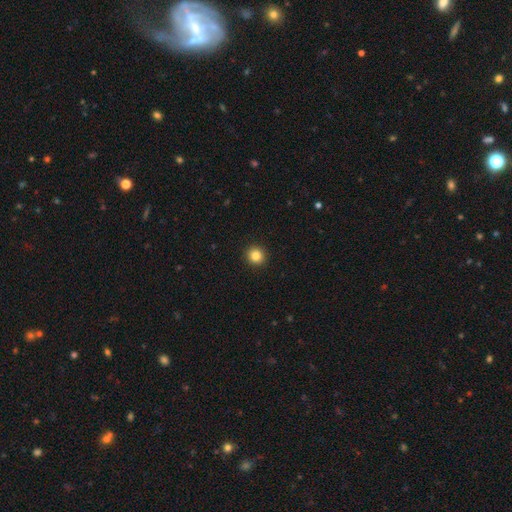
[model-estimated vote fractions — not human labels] The model was most divided on "smooth or featured": smooth: 84%, star or artifact: 11%, featured or disk: 5%. More confident: merging — none (93%); how rounded — round (93%).